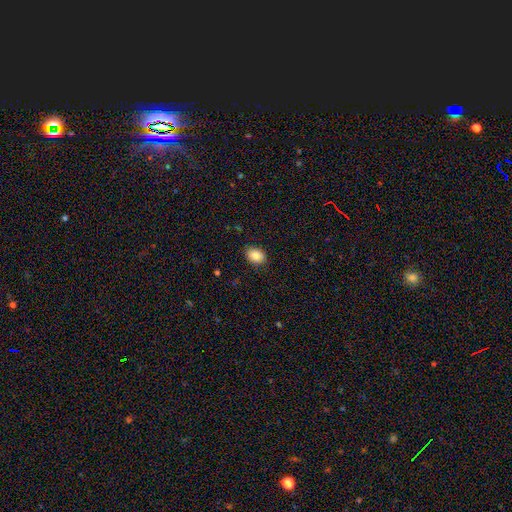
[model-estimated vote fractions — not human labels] A smooth galaxy with no disk features (86%) that is in between round and cigar-shaped (72%). Merging: none (88%).